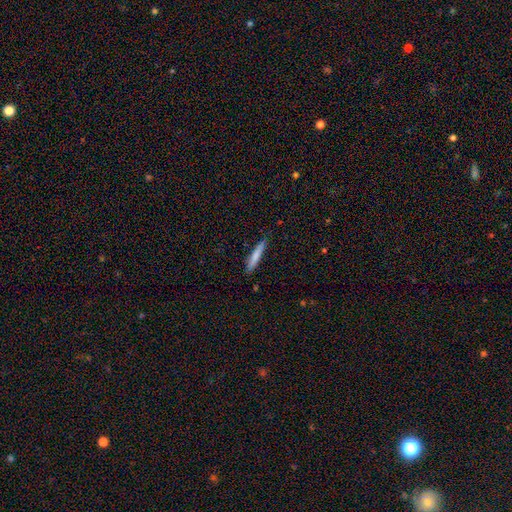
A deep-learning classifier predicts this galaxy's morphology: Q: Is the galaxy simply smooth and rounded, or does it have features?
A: smooth — 76%.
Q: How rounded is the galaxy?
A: cigar-shaped — 92%.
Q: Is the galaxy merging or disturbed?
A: none — 84%.